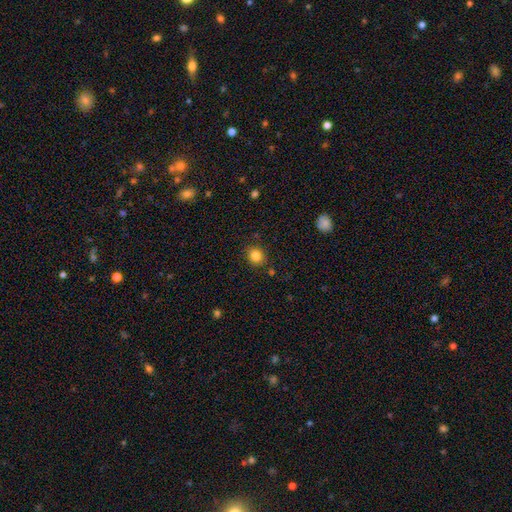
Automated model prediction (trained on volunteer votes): Q: Smooth or featured?
A: smooth (84%); runner-up: star or artifact (11%)
Q: How rounded?
A: round (74%); runner-up: in between (25%)
Q: Merging?
A: none (86%); runner-up: minor disturbance (9%)